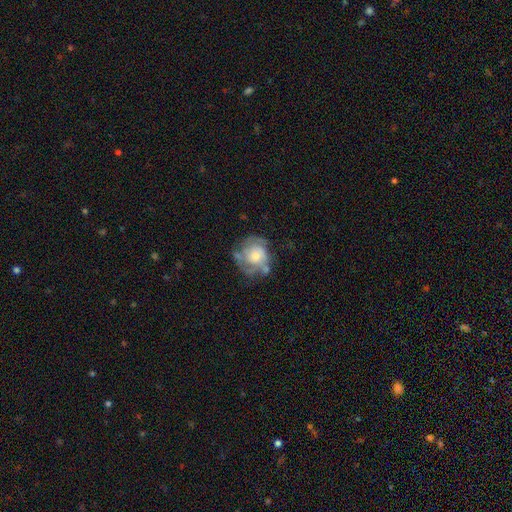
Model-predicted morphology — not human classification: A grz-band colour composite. It shows a featured or disk galaxy (64%) with no bar (81%), spiral arms (73%) and a moderate central bulge (52%). Merging: none (50%).